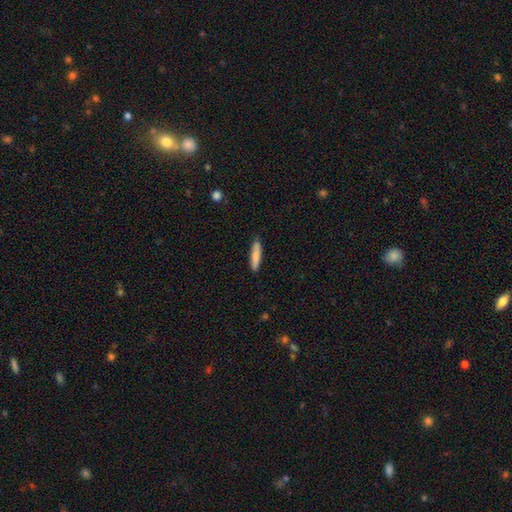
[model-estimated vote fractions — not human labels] A smooth galaxy with no disk features (82%) that is cigar-shaped (84%).

Vote fractions:
- Smooth or featured? smooth: 82% / featured or disk: 12% / star or artifact: 6%
- How rounded? cigar-shaped: 84% / in between: 15% / round: 1%
- Merging? none: 87% / minor disturbance: 10% / major disturbance: 2% / merger: 1%